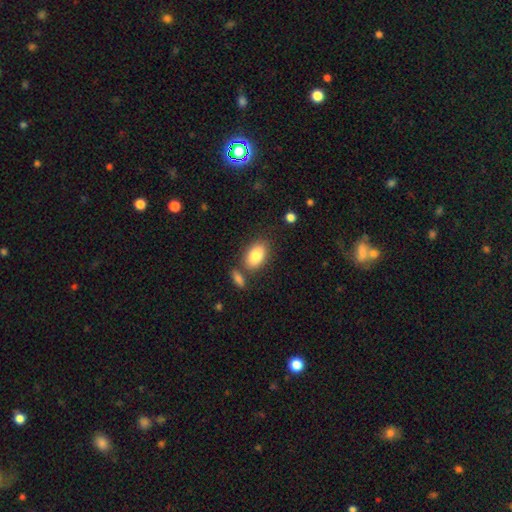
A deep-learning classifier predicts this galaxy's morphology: A smooth galaxy with no disk features (84%) that is in between round and cigar-shaped (89%). Merging: none (71%).